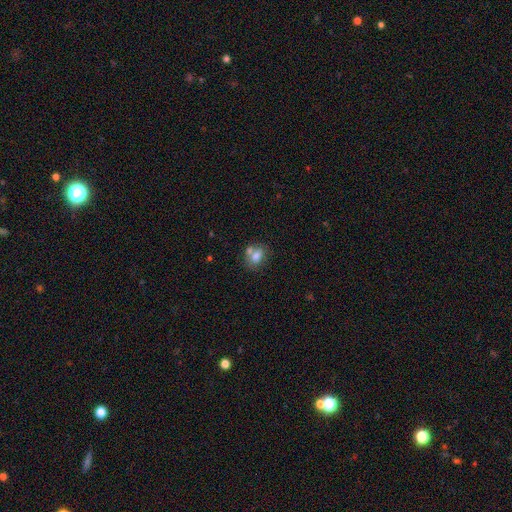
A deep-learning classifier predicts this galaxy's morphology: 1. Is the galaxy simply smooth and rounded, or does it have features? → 75% smooth, 15% featured or disk, 10% star or artifact.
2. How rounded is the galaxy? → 68% in between, 30% round, 2% cigar-shaped.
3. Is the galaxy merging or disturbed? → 48% none, 33% merger, 14% minor disturbance, 5% major disturbance.